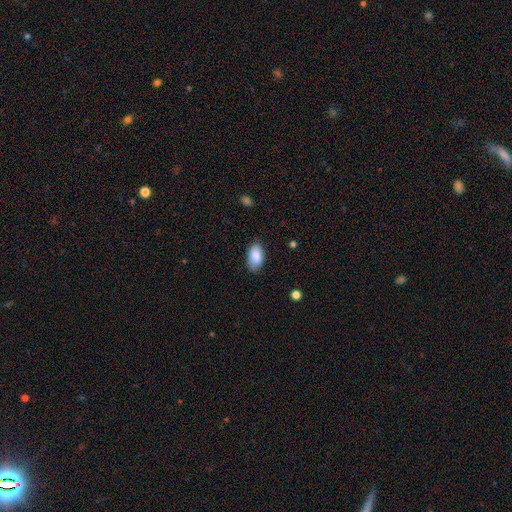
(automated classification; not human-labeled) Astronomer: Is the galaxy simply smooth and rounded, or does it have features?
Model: smooth — 88%.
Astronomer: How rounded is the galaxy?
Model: in between — 94%.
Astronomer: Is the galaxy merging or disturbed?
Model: none — 79%.